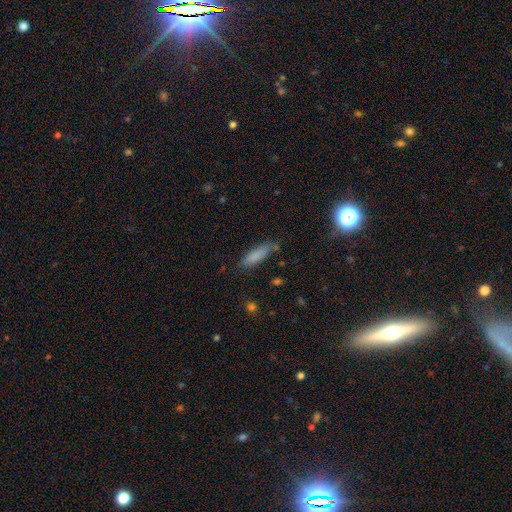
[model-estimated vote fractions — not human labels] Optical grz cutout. It shows a smooth galaxy with no disk features (84%) that is cigar-shaped (55%). Merging: none (71%).